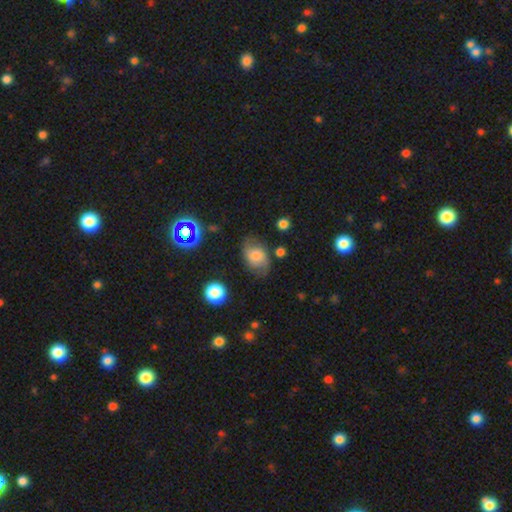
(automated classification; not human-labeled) Smooth or featured? smooth (57%)
How rounded? in between (75%)
Merging? none (62%)